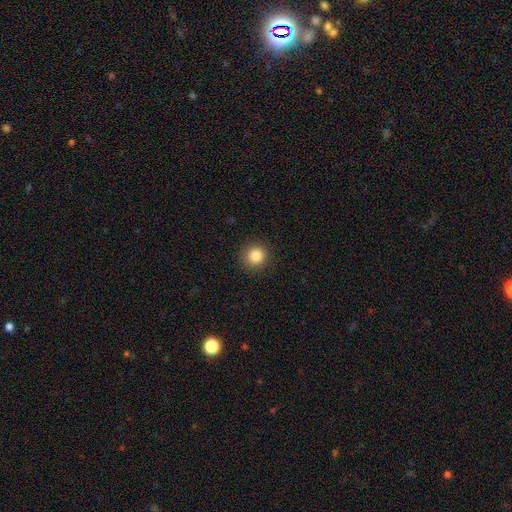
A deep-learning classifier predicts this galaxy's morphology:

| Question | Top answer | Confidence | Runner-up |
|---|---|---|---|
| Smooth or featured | smooth | 85% | star or artifact (10%) |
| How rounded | round | 94% | in between (5%) |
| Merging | none | 90% | minor disturbance (6%) |